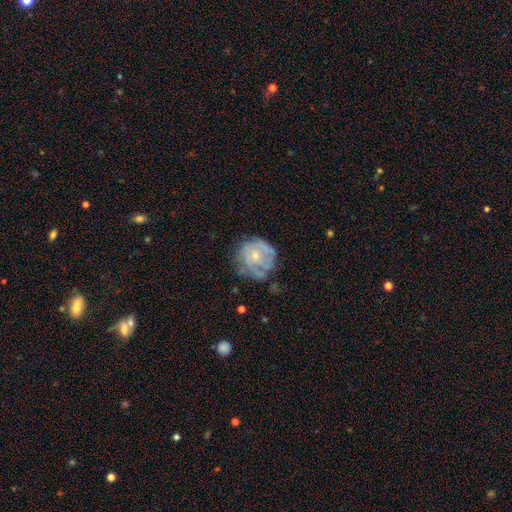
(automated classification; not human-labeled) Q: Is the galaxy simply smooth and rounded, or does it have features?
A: featured or disk — 64%.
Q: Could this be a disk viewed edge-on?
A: no — 98%.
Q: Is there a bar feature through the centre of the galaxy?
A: no — 83%.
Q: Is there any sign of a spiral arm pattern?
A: yes — 60%.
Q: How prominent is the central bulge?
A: small — 63%.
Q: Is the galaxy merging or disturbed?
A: none — 53%.